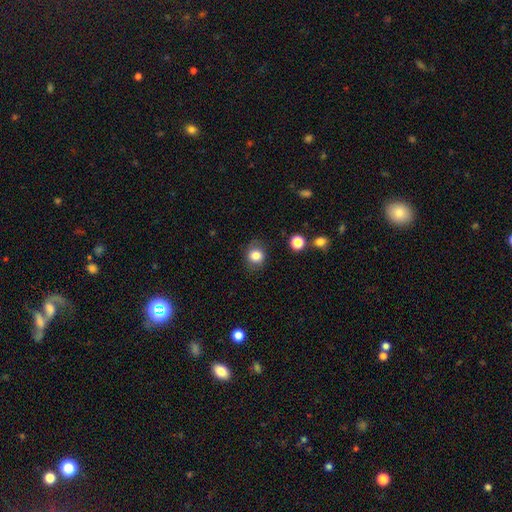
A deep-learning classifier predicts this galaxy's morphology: Smooth or featured? smooth (84%)
How rounded? round (82%)
Merging? none (81%)